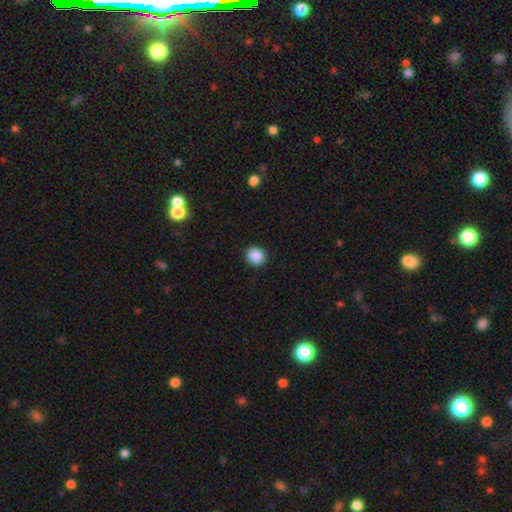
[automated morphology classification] type=smooth (89%); roundness=round (88%); merging=none (91%).